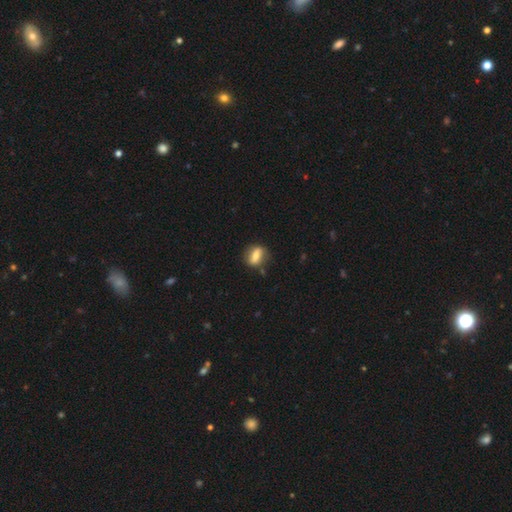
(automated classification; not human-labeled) Smooth or featured?
  - smooth: 64% *
  - featured or disk: 28%
  - star or artifact: 8%
How rounded?
  - in between: 63% *
  - round: 25%
  - cigar-shaped: 12%
Merging?
  - none: 78% *
  - minor disturbance: 15%
  - major disturbance: 5%
  - merger: 3%